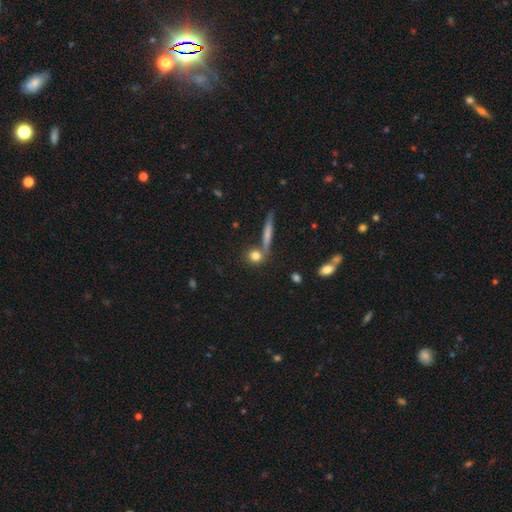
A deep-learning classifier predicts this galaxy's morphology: Smooth or featured? Predicted: smooth (p=0.77). How rounded? Predicted: round (p=0.75). Merging? Predicted: none (p=0.67).